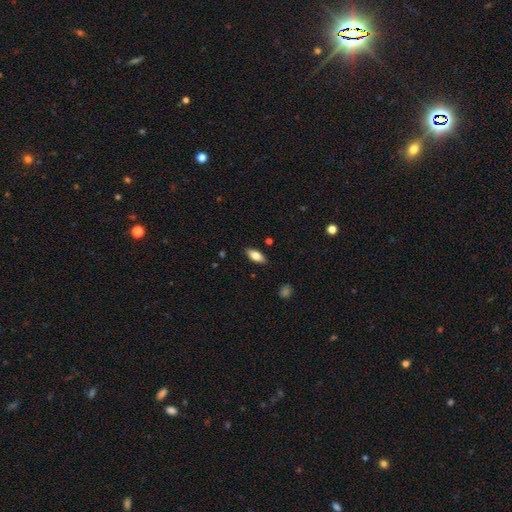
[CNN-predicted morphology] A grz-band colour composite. It shows a smooth galaxy with no disk features (79%) that is in between round and cigar-shaped (85%). Merging: none (88%).